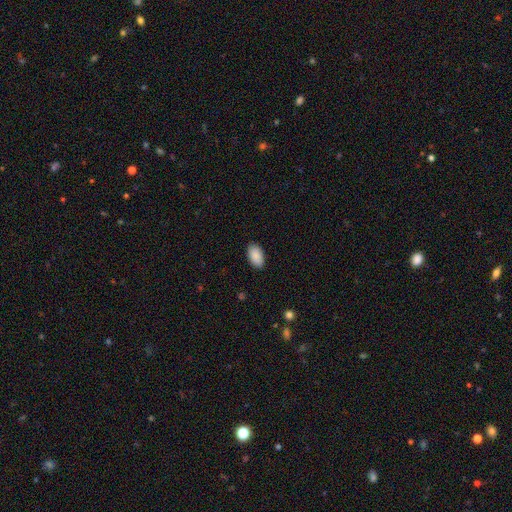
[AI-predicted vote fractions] smooth_or_featured: smooth (p=0.90) [alt: star or artifact p=0.06]
how_rounded: in between (p=0.95) [alt: round p=0.04]
merging: none (p=0.88) [alt: minor disturbance p=0.09]